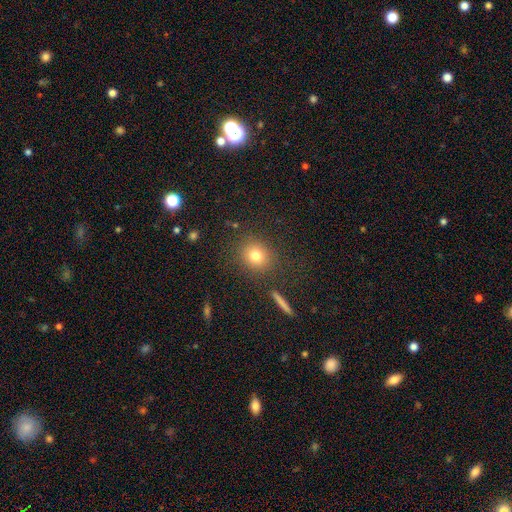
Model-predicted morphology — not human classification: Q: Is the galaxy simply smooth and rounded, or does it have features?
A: smooth — 79%.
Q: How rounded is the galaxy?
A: round — 83%.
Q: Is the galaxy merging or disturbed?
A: none — 85%.